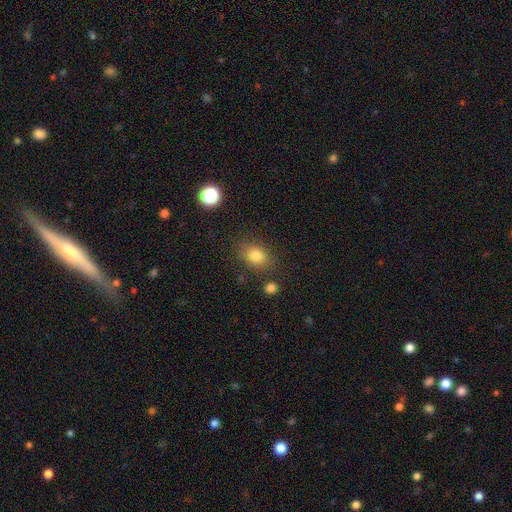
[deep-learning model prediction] Smooth or featured: smooth — 81% (star or artifact — 11%)
How rounded: in between — 61% (round — 38%)
Merging: none — 78% (minor disturbance — 13%)